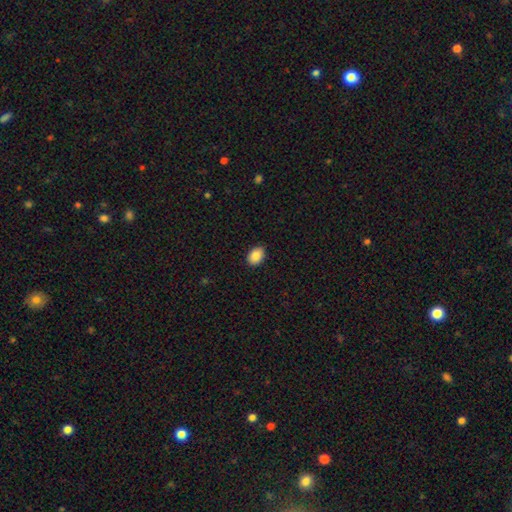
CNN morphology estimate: A smooth galaxy with no disk features (89%) that is in between round and cigar-shaped (76%).

Vote fractions:
- Smooth or featured? smooth: 89% / star or artifact: 8% / featured or disk: 4%
- How rounded? in between: 76% / round: 23% / cigar-shaped: 1%
- Merging? none: 87% / minor disturbance: 10% / major disturbance: 2% / merger: 1%